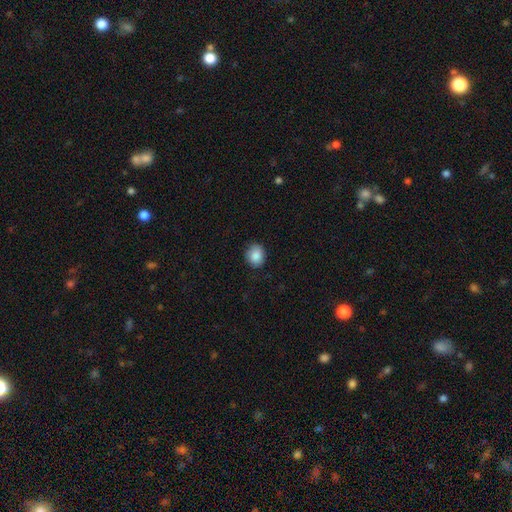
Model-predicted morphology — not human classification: The model was most divided on "how rounded": round: 67%, in between: 32%, cigar-shaped: 1%. More confident: smooth or featured — smooth (87%); merging — none (83%).